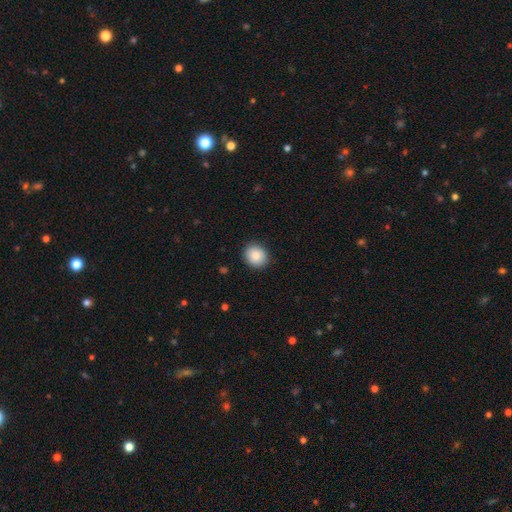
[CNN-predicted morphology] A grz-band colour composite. It shows a smooth galaxy with no disk features (87%) that is round (78%). Merging: none (89%).